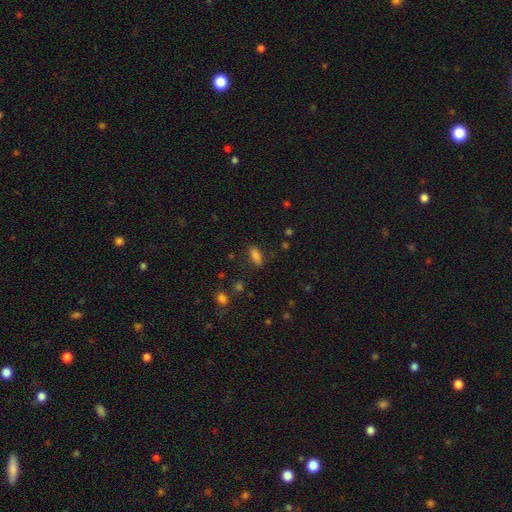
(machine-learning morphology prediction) This appears to be a smooth galaxy with no disk features (82%) that is in between round and cigar-shaped (73%). Merging: none (82%).